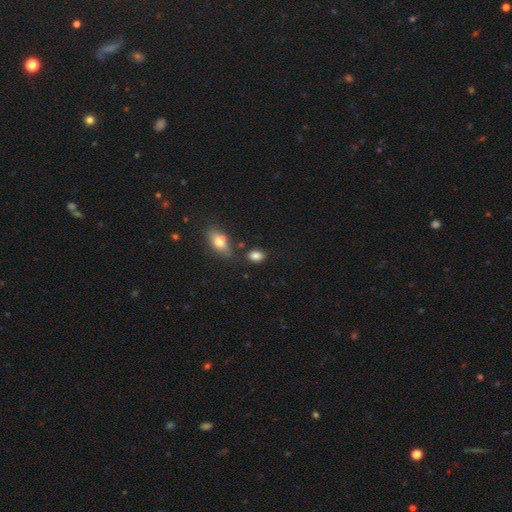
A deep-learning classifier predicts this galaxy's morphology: smooth_or_featured: smooth (p=0.82) [alt: star or artifact p=0.11]
how_rounded: in between (p=0.80) [alt: round p=0.17]
merging: none (p=0.72) [alt: minor disturbance p=0.16]